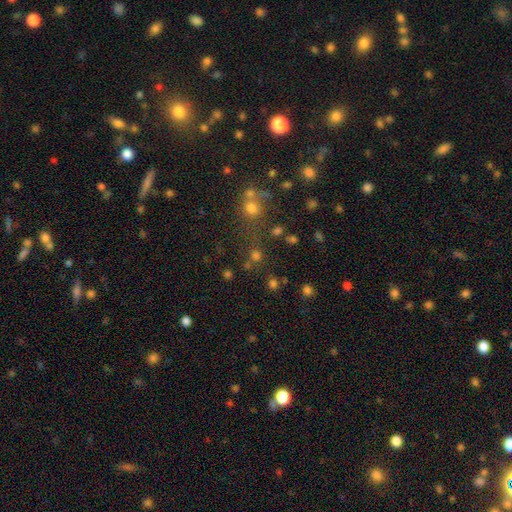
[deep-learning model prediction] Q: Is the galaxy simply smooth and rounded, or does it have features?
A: smooth — 55%.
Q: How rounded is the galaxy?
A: round — 89%.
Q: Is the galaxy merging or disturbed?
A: none — 68%.